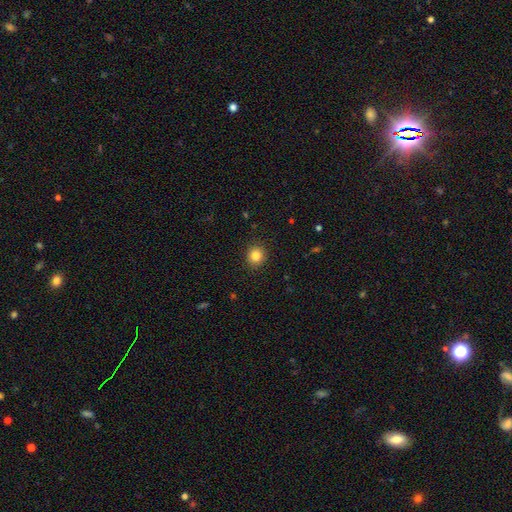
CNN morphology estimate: This appears to be a smooth galaxy with no disk features (84%) that is round (88%). Merging: none (91%).